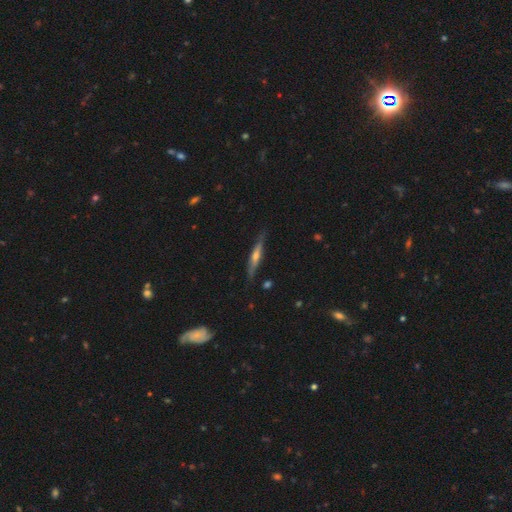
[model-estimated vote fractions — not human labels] Smooth or featured: featured or disk — 64% (smooth — 30%)
Edge-on disk: yes — 95% (no — 5%)
Edge-on bulge: rounded — 77% (none — 15%)
Merging: none — 83% (minor disturbance — 13%)